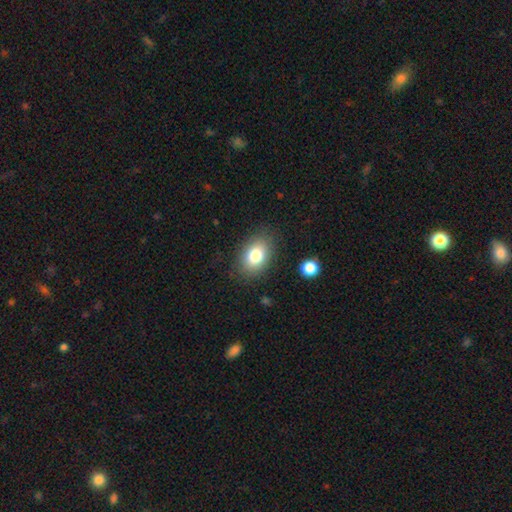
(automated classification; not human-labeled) A smooth galaxy with no disk features (80%) that is in between round and cigar-shaped (81%).

Vote fractions:
- Smooth or featured? smooth: 80% / featured or disk: 11% / star or artifact: 9%
- How rounded? in between: 81% / round: 18% / cigar-shaped: 1%
- Merging? none: 83% / minor disturbance: 11% / major disturbance: 4% / merger: 2%